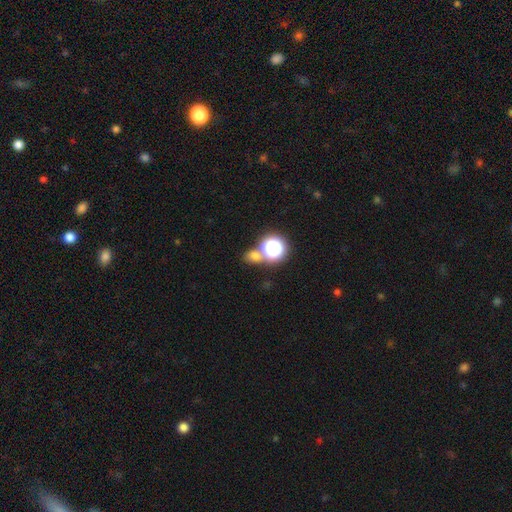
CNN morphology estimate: smooth-or-featured: smooth: 62% | star or artifact: 30% | featured or disk: 8%
  how-rounded: round: 62% | in between: 36% | cigar-shaped: 2%
  merging: none: 60% | merger: 26% | minor disturbance: 9% | major disturbance: 4%